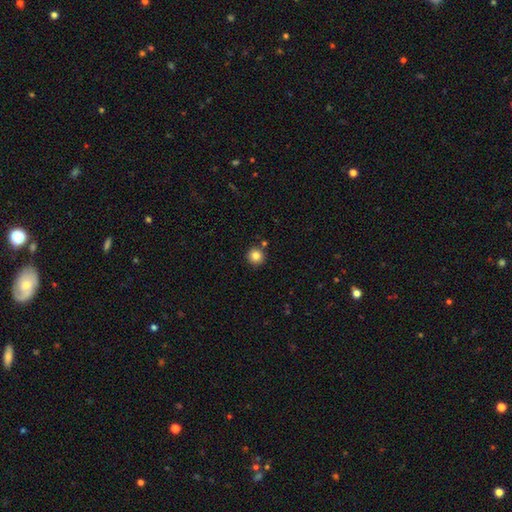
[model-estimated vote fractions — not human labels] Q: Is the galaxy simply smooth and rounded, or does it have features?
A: smooth — 84%.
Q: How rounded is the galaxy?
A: round — 94%.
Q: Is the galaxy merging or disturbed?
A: none — 87%.